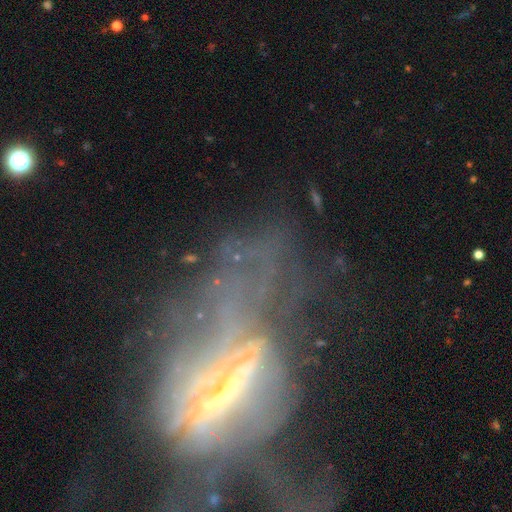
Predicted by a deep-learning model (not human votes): A featured or disk galaxy (69%). Merging: major disturbance (47%).